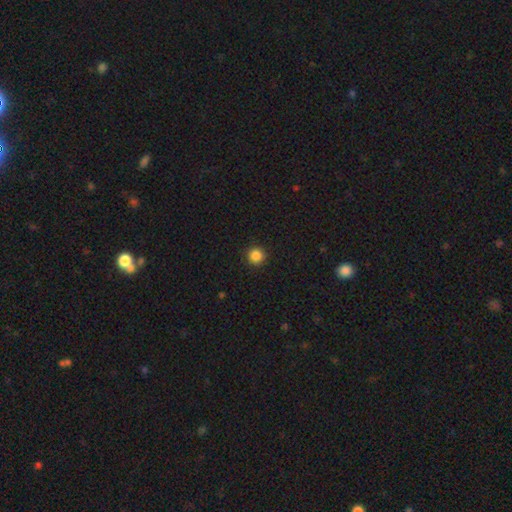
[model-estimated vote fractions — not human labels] Overall: smooth (86%). How rounded: round (95%). Merging: none (92%).